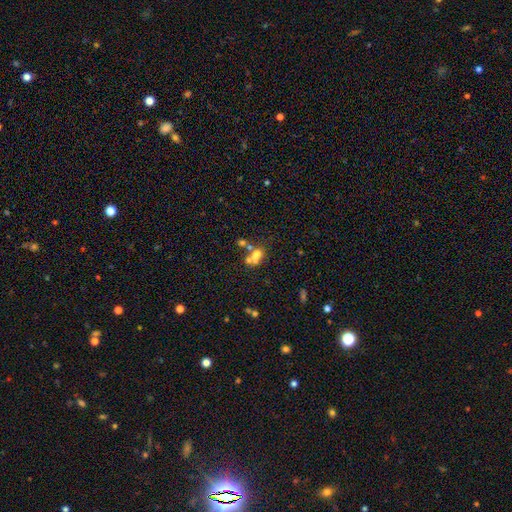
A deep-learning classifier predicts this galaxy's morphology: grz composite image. It shows a smooth galaxy with no disk features (56%) that is in between round and cigar-shaped (61%). Merging: merger (47%).